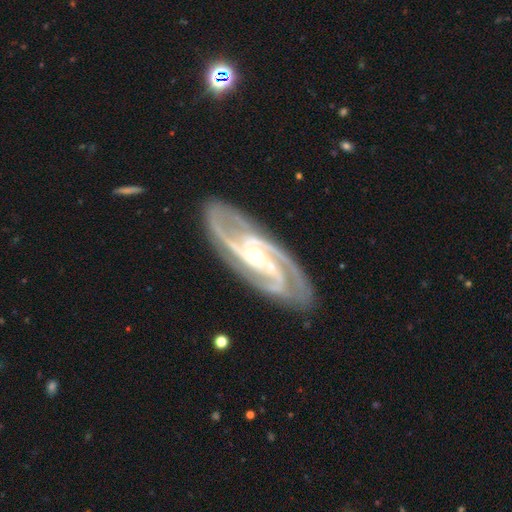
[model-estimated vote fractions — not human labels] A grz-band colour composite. It shows a featured or disk galaxy (93%) with no bar (46%), 3 (48%) tight (51%) spiral arms (99%) and a small central bulge (52%). Merging: none (81%).